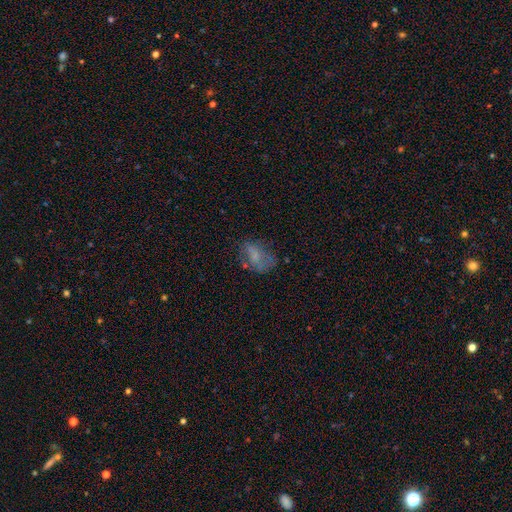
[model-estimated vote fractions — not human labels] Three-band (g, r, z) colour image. It shows a smooth galaxy with no disk features (52%) that is in between round and cigar-shaped (79%). Merging: none (46%).